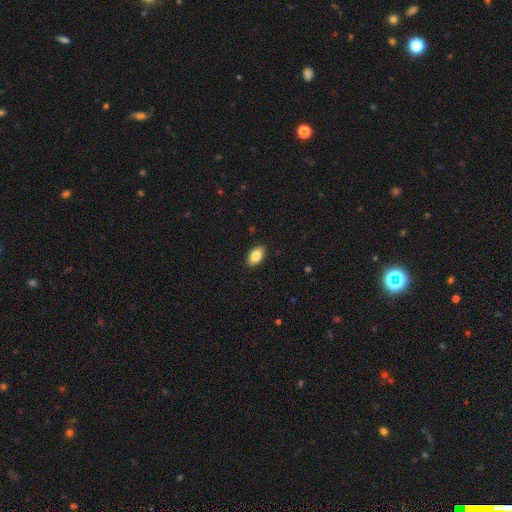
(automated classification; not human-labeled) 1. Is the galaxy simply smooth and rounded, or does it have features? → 86% smooth, 7% star or artifact, 7% featured or disk.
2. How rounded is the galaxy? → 92% in between, 6% round, 2% cigar-shaped.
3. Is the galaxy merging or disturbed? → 90% none, 8% minor disturbance, 2% major disturbance, 1% merger.